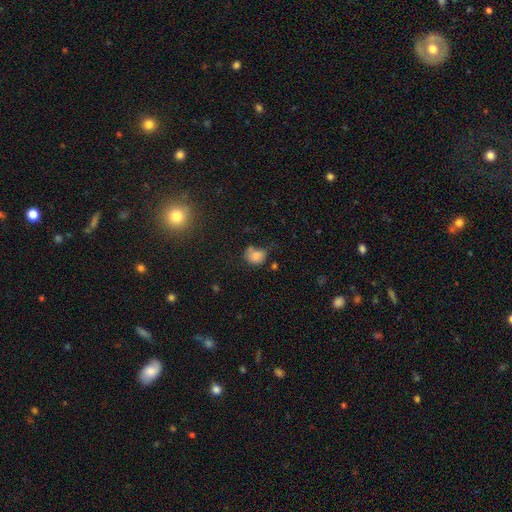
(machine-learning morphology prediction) This appears to be a smooth galaxy with no disk features (77%) that is round (55%). Merging: none (39%).